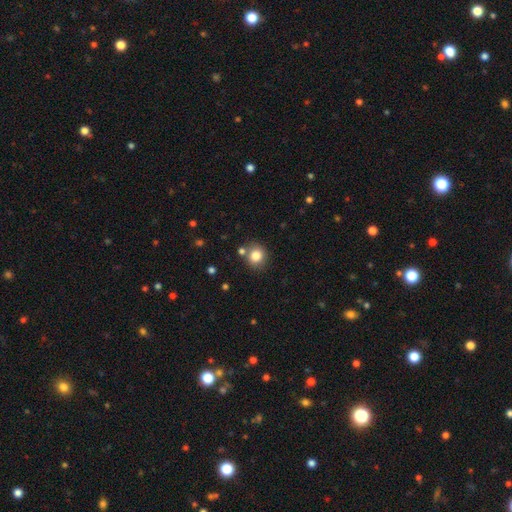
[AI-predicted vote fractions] Smooth or featured? smooth (82%)
How rounded? round (81%)
Merging? none (76%)